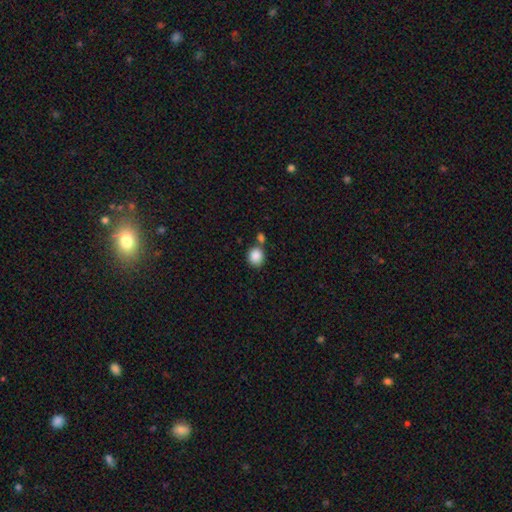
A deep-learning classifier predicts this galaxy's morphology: A smooth galaxy with no disk features (87%) that is round (77%). Merging: none (63%).